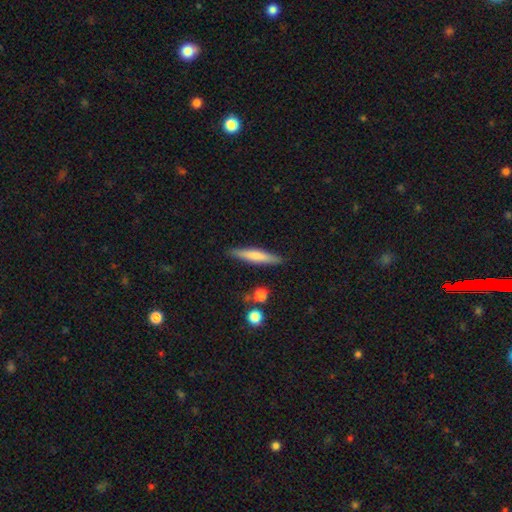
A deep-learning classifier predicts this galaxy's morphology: Smooth or featured?
  - smooth: 65% *
  - featured or disk: 29%
  - star or artifact: 6%
How rounded?
  - cigar-shaped: 90% *
  - in between: 9%
  - round: 1%
Merging?
  - none: 88% *
  - minor disturbance: 8%
  - major disturbance: 2%
  - merger: 2%